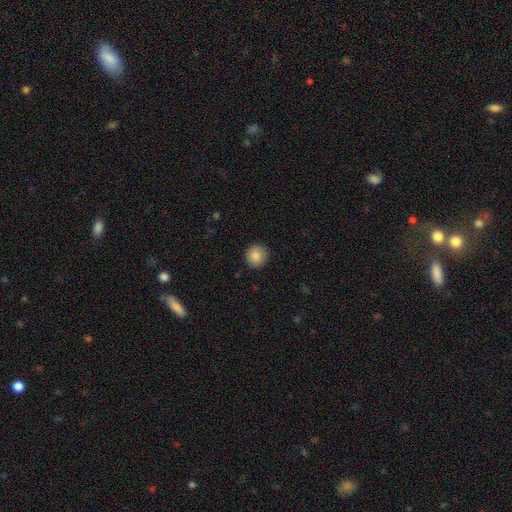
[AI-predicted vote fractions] smooth 87%, star or artifact 9%, featured or disk 5%. Down the decision tree: how rounded — round (93%); merging — none (90%).